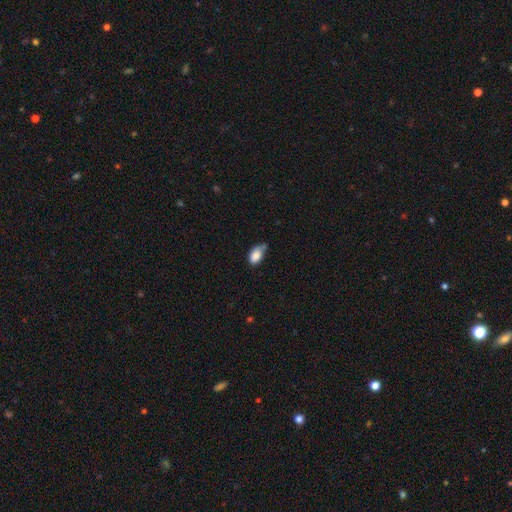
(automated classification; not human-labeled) Overall: smooth (85%). How rounded: in between (89%). Merging: none (43%; minor disturbance 39%).